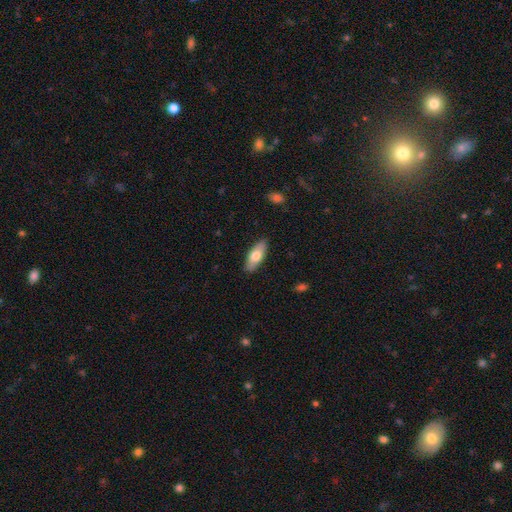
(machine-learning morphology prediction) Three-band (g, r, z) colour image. It shows a smooth galaxy with no disk features (70%) that is in between round and cigar-shaped (76%). Merging: none (88%).